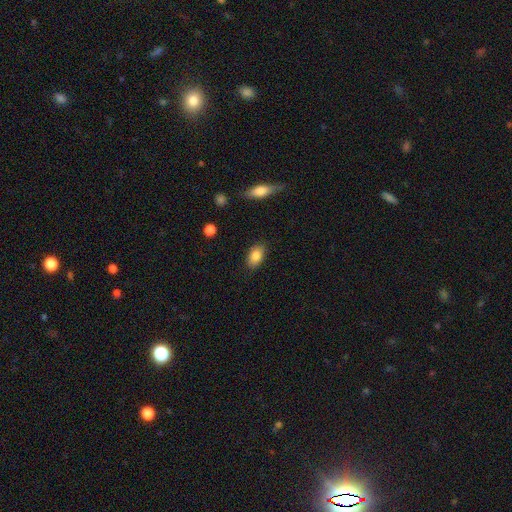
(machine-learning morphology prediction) smooth 84%, featured or disk 9%, star or artifact 7%. Down the decision tree: how rounded — in between (90%); merging — none (86%).